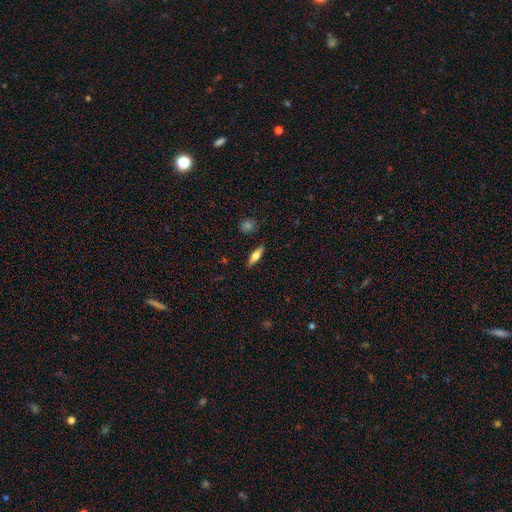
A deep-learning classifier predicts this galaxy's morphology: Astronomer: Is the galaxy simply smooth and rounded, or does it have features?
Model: smooth — 61%.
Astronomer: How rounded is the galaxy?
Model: in between — 54% (runner-up: cigar-shaped, 43%).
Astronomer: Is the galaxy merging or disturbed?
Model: none — 88%.